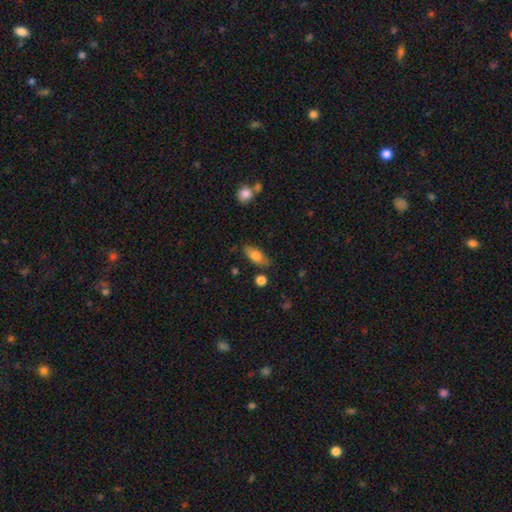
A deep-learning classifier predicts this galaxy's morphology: smooth 75%, featured or disk 18%, star or artifact 7%. Down the decision tree: how rounded — in between (81%); merging — none (79%).